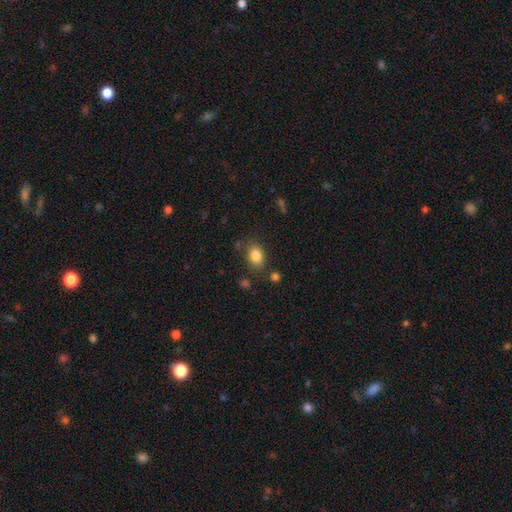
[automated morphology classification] smooth_or_featured: smooth (p=0.84) [alt: star or artifact p=0.09]
how_rounded: in between (p=0.74) [alt: round p=0.25]
merging: none (p=0.78) [alt: minor disturbance p=0.13]